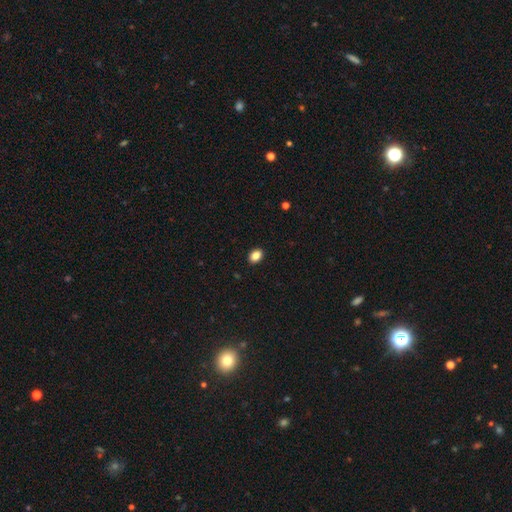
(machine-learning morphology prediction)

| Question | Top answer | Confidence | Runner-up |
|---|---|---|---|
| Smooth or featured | smooth | 86% | star or artifact (9%) |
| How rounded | in between | 71% | round (28%) |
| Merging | none | 91% | minor disturbance (6%) |